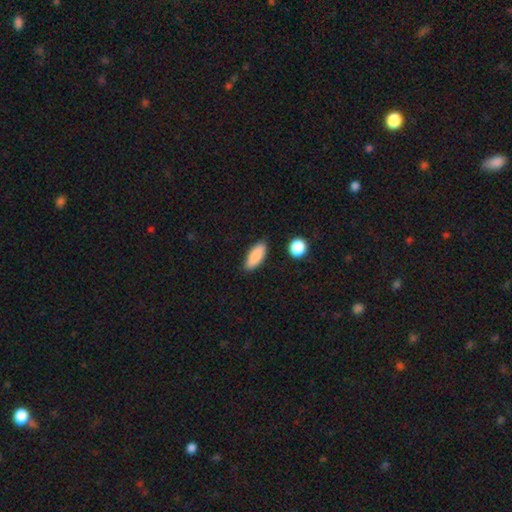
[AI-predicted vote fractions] A smooth galaxy with no disk features (86%) that is in between round and cigar-shaped (79%). Merging: none (83%).